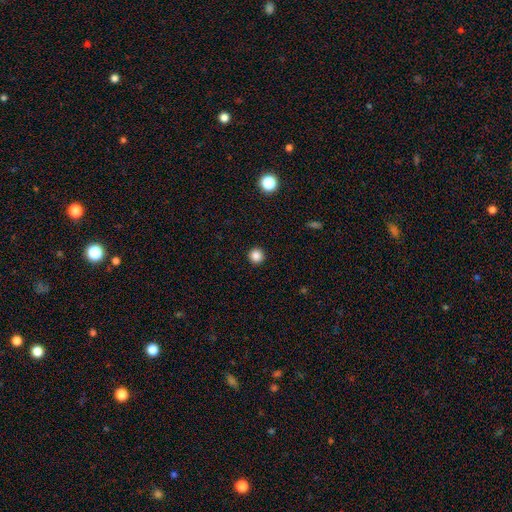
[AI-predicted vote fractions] Smooth or featured? smooth (85%)
How rounded? round (96%)
Merging? none (93%)